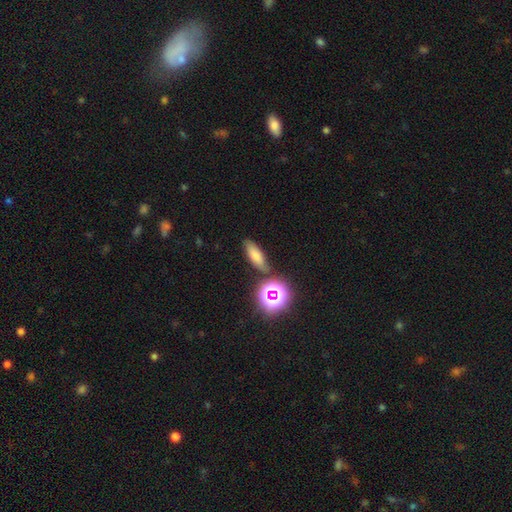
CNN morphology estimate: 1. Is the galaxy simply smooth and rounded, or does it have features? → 66% smooth, 21% star or artifact, 14% featured or disk.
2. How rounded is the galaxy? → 58% in between, 31% cigar-shaped, 11% round.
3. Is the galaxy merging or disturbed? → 77% none, 13% minor disturbance, 7% merger, 4% major disturbance.